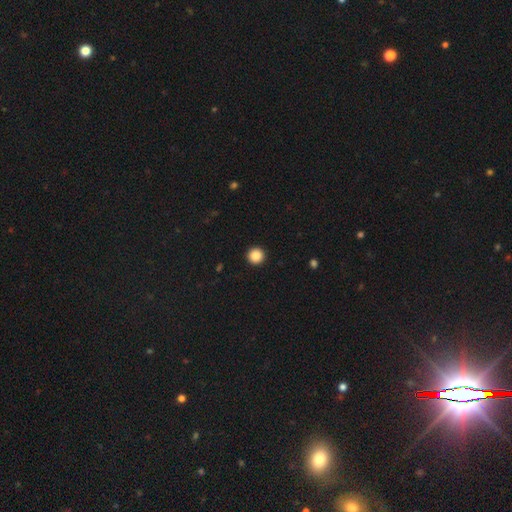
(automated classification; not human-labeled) Overall: smooth (87%). How rounded: round (96%). Merging: none (94%).